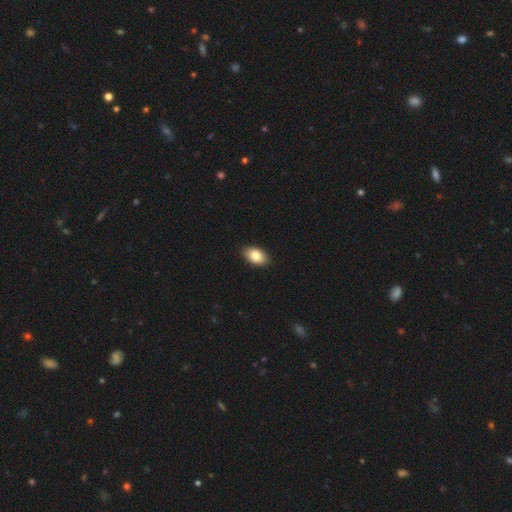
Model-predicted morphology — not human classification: smooth-or-featured: smooth: 84% | featured or disk: 9% | star or artifact: 7%
  how-rounded: in between: 93% | round: 6% | cigar-shaped: 1%
  merging: none: 90% | minor disturbance: 8% | major disturbance: 2% | merger: 1%